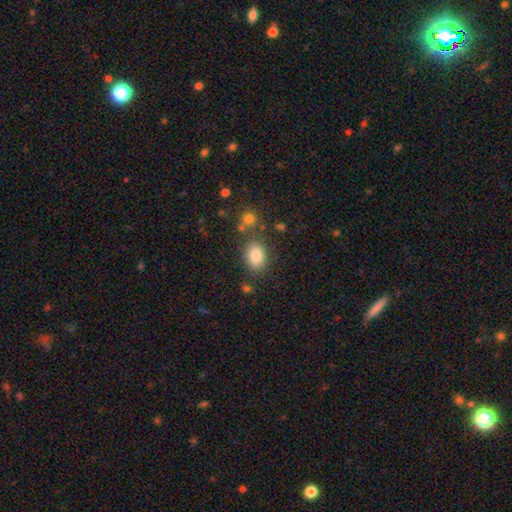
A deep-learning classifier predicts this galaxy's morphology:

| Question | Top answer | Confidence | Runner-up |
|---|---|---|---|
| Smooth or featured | smooth | 84% | star or artifact (9%) |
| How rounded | in between | 75% | round (24%) |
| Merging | none | 76% | minor disturbance (13%) |